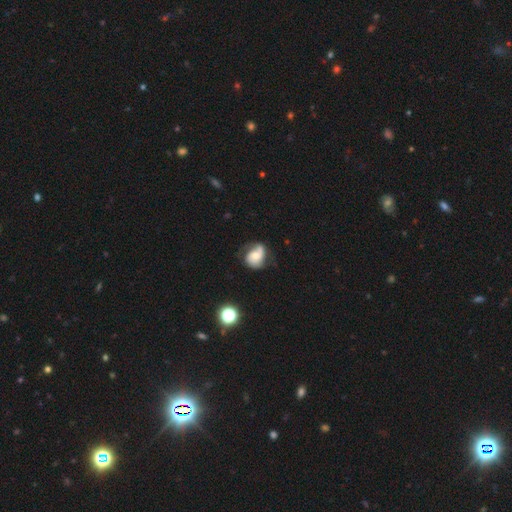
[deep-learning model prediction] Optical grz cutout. It shows a featured or disk galaxy (59%) with no bar (66%), spiral arms (84%) and a moderate central bulge (52%). Merging: none (48%).